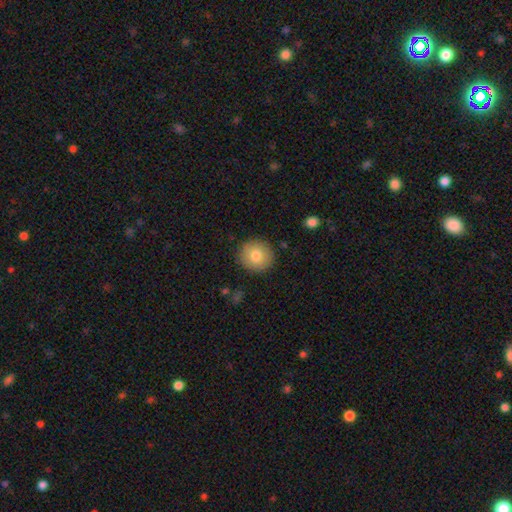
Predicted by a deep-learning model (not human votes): Morphology: type=smooth (80%); roundness=round (92%); merging=none (89%).